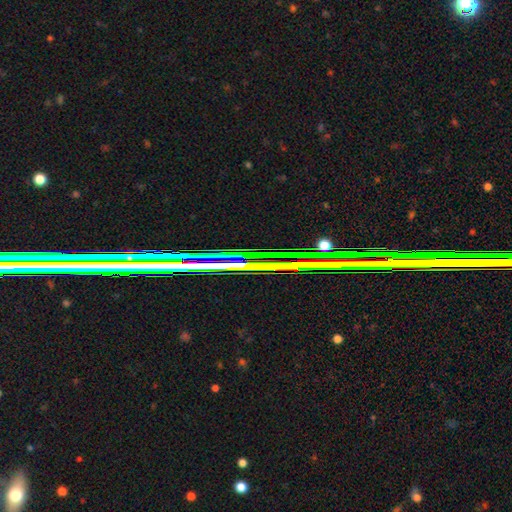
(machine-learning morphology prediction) smooth_or_featured: star or artifact (p=0.75) [alt: featured or disk p=0.15]